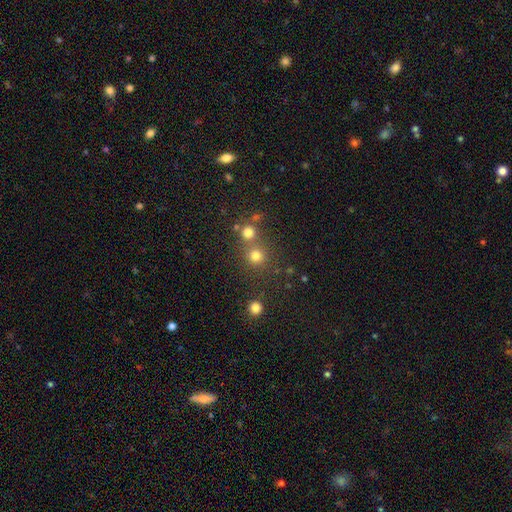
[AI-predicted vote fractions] Smooth or featured: smooth — 76% (star or artifact — 17%)
How rounded: round — 91% (in between — 8%)
Merging: none — 66% (merger — 24%)